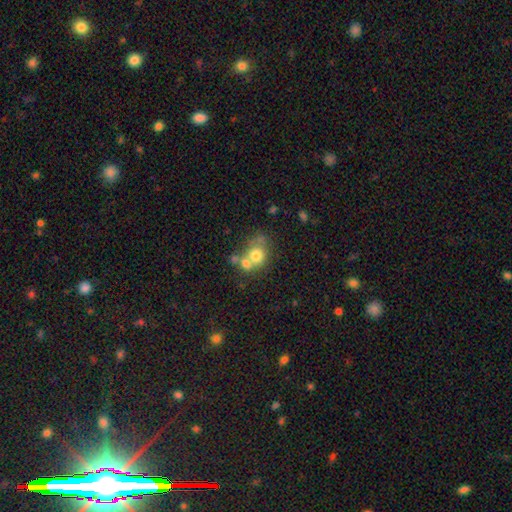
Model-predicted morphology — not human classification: Smooth or featured? smooth (68%)
How rounded? round (69%)
Merging? merger (52%)